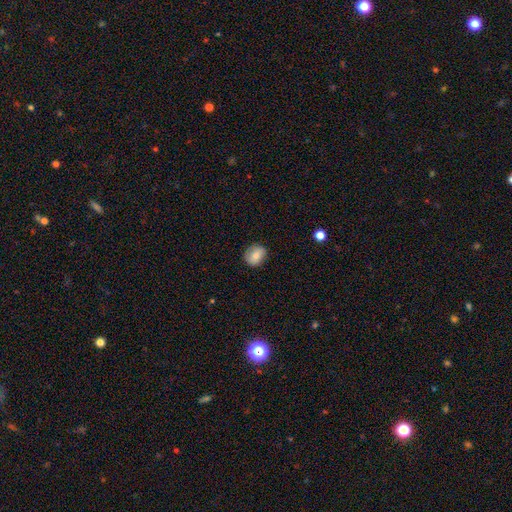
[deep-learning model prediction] The model was most divided on "how rounded": round: 59%, in between: 40%, cigar-shaped: 1%. More confident: merging — none (81%); smooth or featured — smooth (75%).